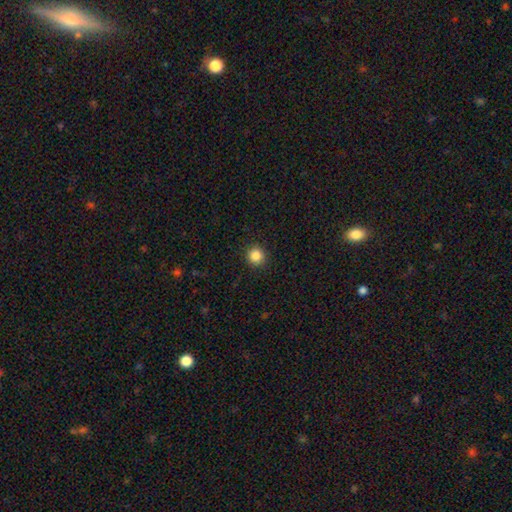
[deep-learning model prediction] This appears to be a smooth galaxy with no disk features (85%) that is round (93%). Merging: none (92%).